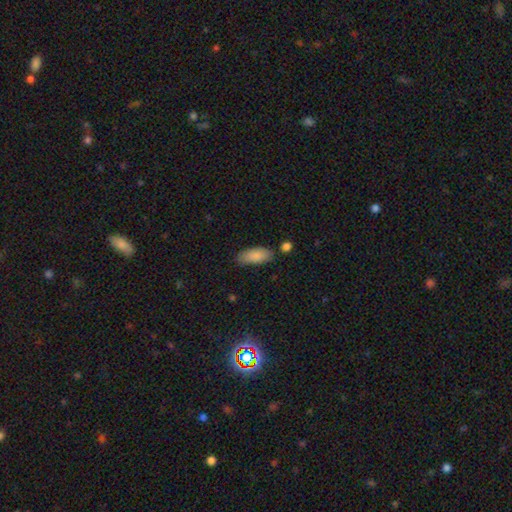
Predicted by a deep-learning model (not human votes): smooth-or-featured: smooth: 87% | featured or disk: 7% | star or artifact: 6%
  how-rounded: in between: 85% | cigar-shaped: 13% | round: 2%
  merging: none: 76% | minor disturbance: 16% | merger: 4% | major disturbance: 3%